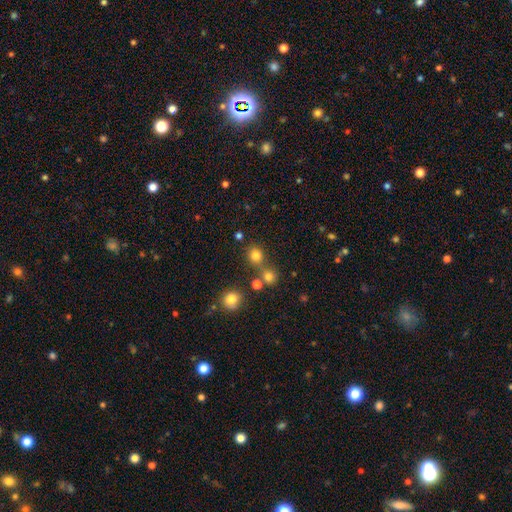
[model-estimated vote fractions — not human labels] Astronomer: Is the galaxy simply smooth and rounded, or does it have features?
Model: smooth — 78%.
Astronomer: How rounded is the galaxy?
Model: round — 84%.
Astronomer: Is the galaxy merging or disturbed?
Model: none — 67%.